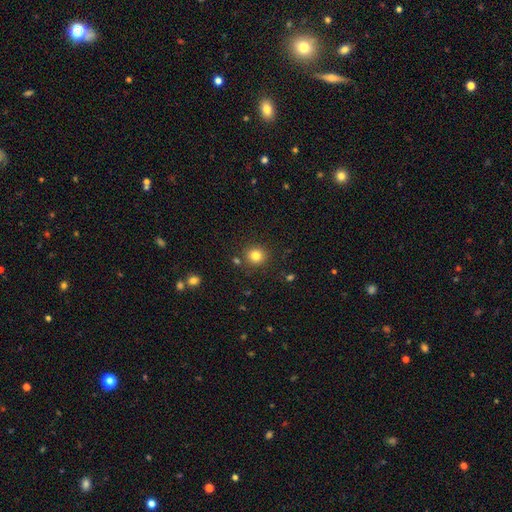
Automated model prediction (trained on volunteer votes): smooth-or-featured: smooth: 81% | star or artifact: 13% | featured or disk: 6%
  how-rounded: round: 92% | in between: 7% | cigar-shaped: 1%
  merging: none: 87% | minor disturbance: 7% | merger: 4% | major disturbance: 3%